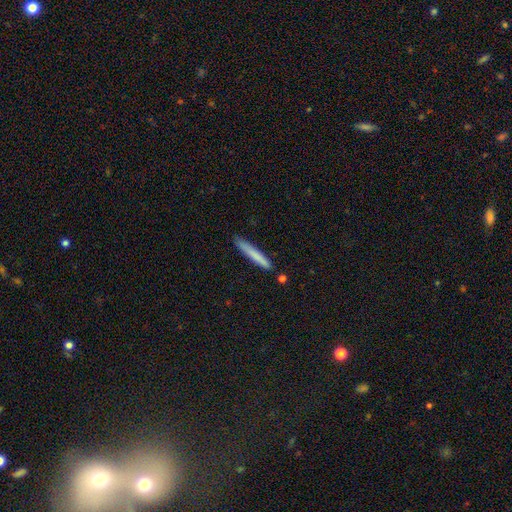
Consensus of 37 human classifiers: This appears to be a smooth galaxy with no disk features (86%) that is cigar-shaped (94%). Merging: none (91%).